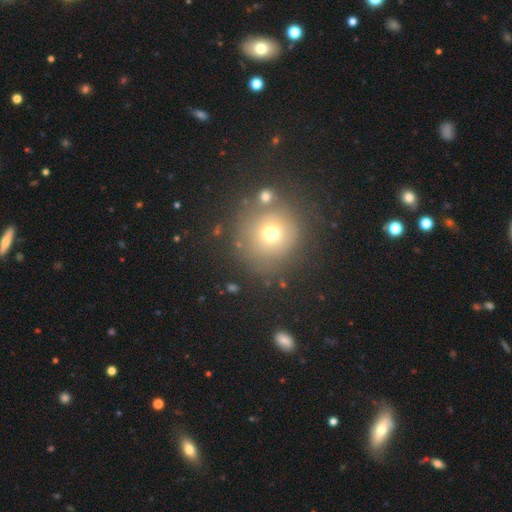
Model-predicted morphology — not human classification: Smooth or featured: smooth — 55% (star or artifact — 30%)
How rounded: round — 92% (in between — 6%)
Merging: none — 83% (minor disturbance — 8%)